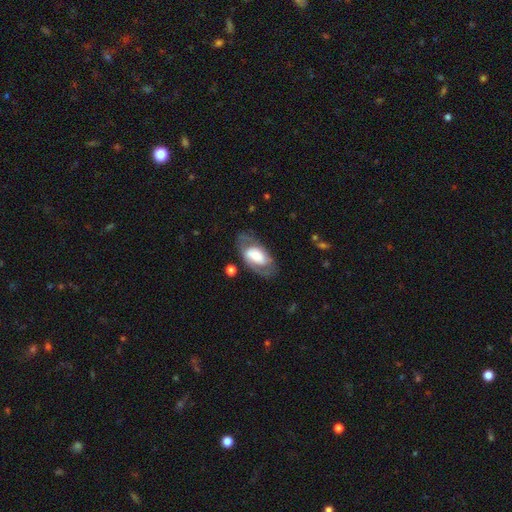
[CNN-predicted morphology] type=featured or disk (57%); edge-on=no (92%); bar=no (50%); spiral arms=yes (63%); bulge=moderate (35%); merging=none (64%).